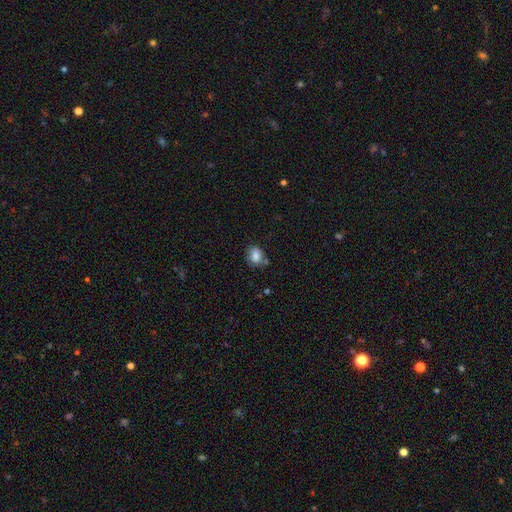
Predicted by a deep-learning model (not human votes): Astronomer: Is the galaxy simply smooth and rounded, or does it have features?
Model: smooth — 79%.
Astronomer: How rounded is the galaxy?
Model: in between — 50% (runner-up: round, 48%).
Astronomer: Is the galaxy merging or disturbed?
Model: none — 61%.